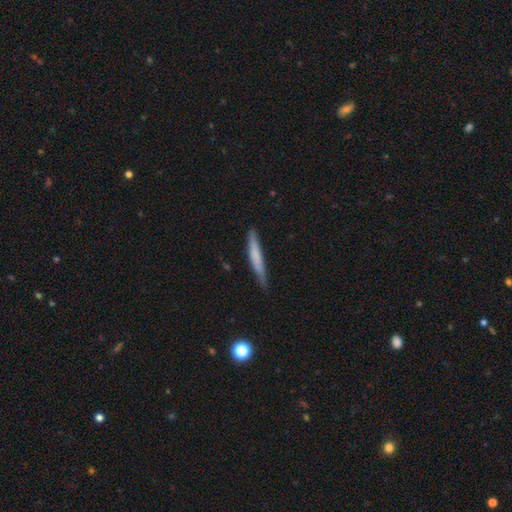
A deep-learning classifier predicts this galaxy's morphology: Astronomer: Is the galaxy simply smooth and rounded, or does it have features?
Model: smooth — 63%.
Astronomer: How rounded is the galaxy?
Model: cigar-shaped — 94%.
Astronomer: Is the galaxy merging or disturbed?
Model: none — 78%.